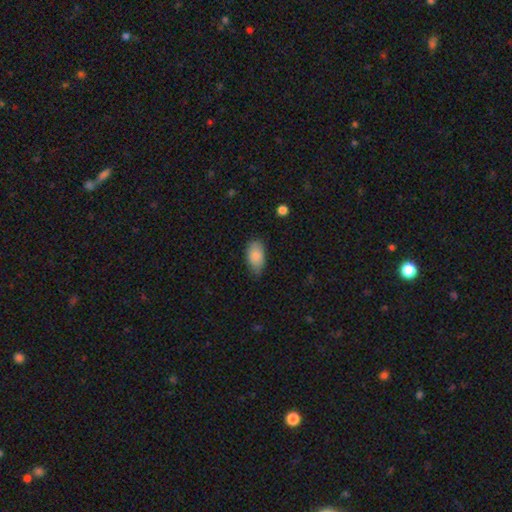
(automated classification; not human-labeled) Smooth or featured? Predicted: smooth (p=0.86). How rounded? Predicted: in between (p=0.93). Merging? Predicted: none (p=0.67).